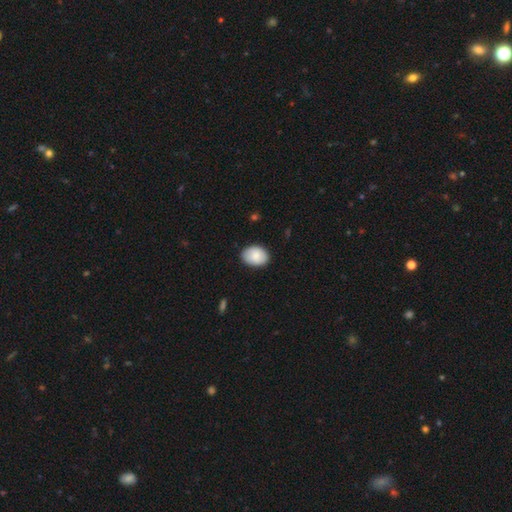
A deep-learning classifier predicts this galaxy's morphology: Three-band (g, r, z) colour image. It shows a smooth galaxy with no disk features (84%) that is in between round and cigar-shaped (75%). Merging: none (85%).